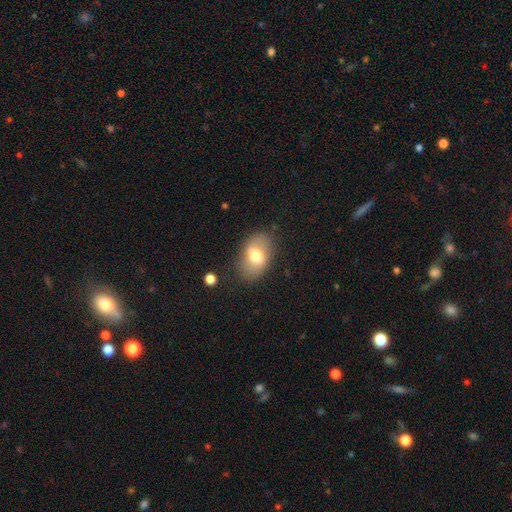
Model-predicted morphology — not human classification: Smooth or featured: smooth — 66% (featured or disk — 27%)
How rounded: in between — 87% (round — 11%)
Merging: none — 79% (minor disturbance — 14%)